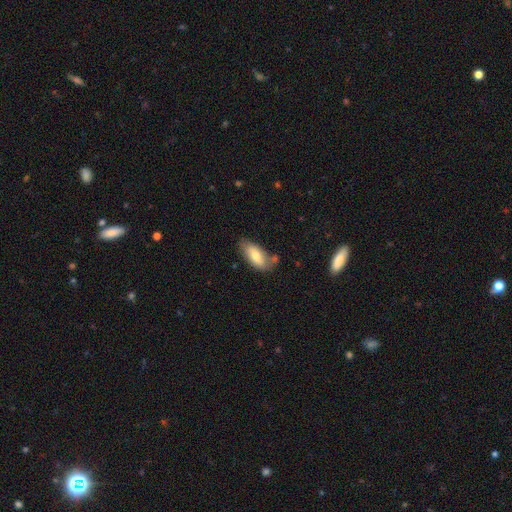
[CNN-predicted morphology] smooth_or_featured: smooth (p=0.74) [alt: featured or disk p=0.20]
how_rounded: in between (p=0.87) [alt: cigar-shaped p=0.10]
merging: none (p=0.63) [alt: minor disturbance p=0.23]